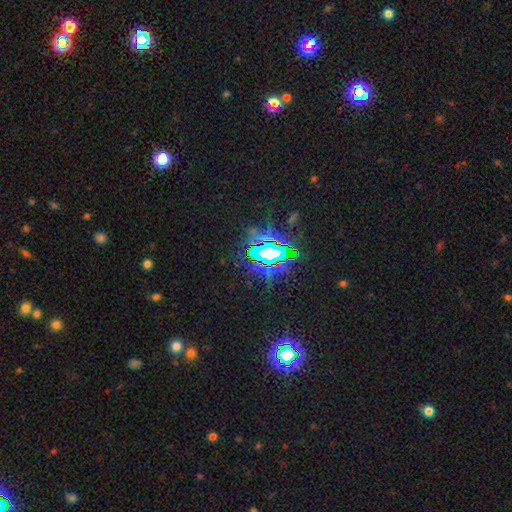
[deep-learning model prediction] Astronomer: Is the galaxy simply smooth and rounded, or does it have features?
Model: star or artifact — 83%.